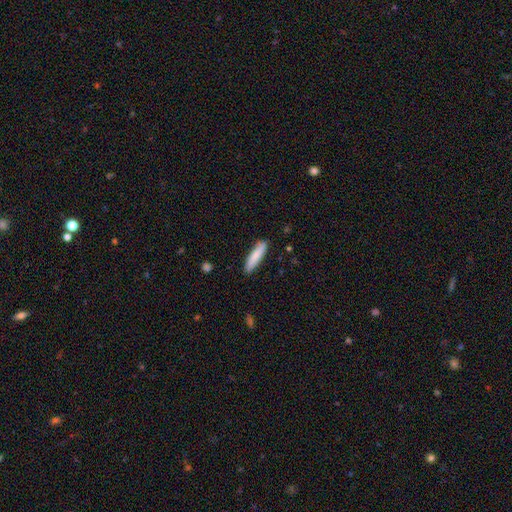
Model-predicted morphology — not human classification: type=smooth (82%); roundness=cigar-shaped (80%); merging=none (87%).